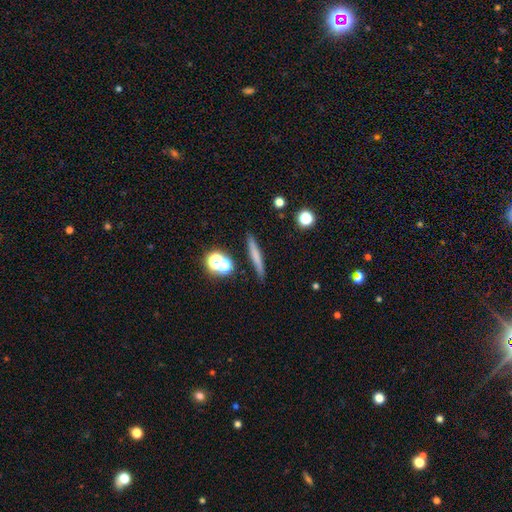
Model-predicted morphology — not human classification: A smooth galaxy with no disk features (62%) that is cigar-shaped (89%). Merging: none (84%).